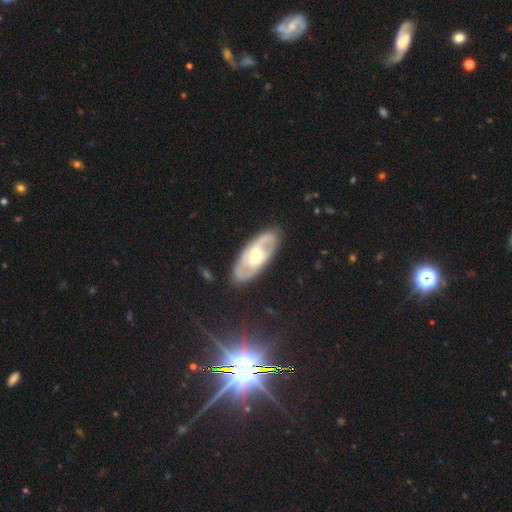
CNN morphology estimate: Smooth or featured? featured or disk (71%)
Edge-on disk? no (88%)
Bar? no (44%)
Spiral arms? yes (71%)
Bulge size? moderate (62%)
Merging? none (84%)